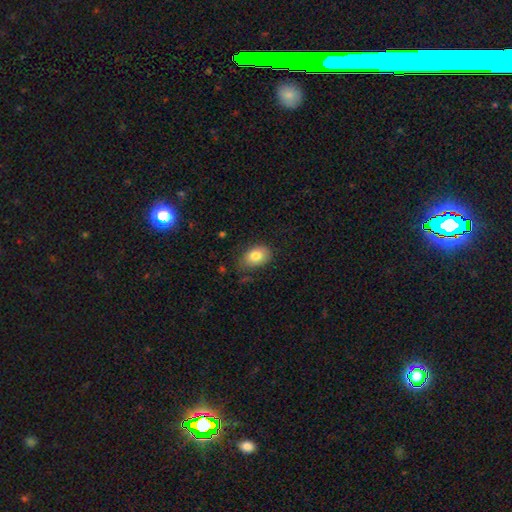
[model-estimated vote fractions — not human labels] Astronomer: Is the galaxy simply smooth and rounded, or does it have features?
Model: smooth — 82%.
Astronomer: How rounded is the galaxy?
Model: in between — 80%.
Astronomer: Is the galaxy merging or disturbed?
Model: none — 71%.